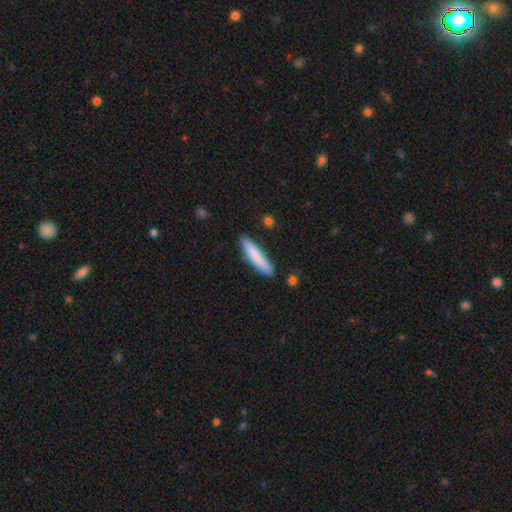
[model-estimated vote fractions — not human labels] A smooth galaxy with no disk features (80%) that is cigar-shaped (90%).

Vote fractions:
- Smooth or featured? smooth: 80% / featured or disk: 14% / star or artifact: 6%
- How rounded? cigar-shaped: 90% / in between: 9% / round: 1%
- Merging? none: 83% / minor disturbance: 13% / merger: 2% / major disturbance: 2%